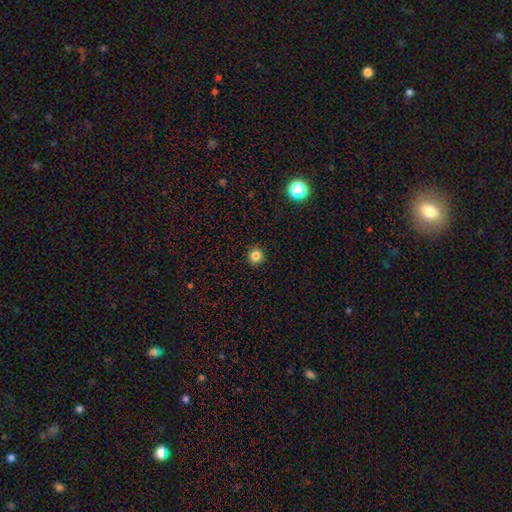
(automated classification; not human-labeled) A smooth galaxy with no disk features (82%) that is round (91%).

Vote fractions:
- Smooth or featured? smooth: 82% / star or artifact: 13% / featured or disk: 5%
- How rounded? round: 91% / in between: 8% / cigar-shaped: 1%
- Merging? none: 92% / minor disturbance: 5% / major disturbance: 2% / merger: 1%